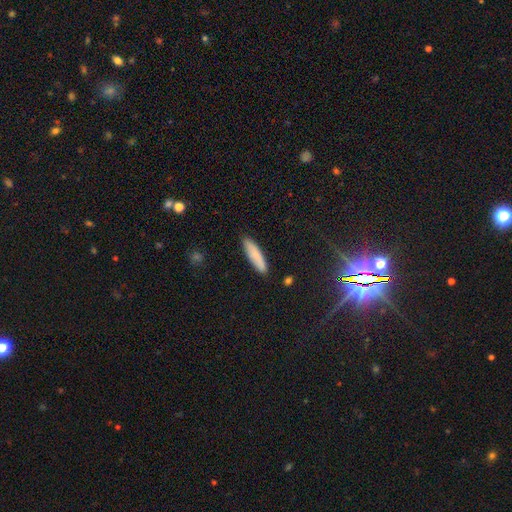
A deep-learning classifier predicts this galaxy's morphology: Overall: smooth (80%). How rounded: cigar-shaped (73%). Merging: none (88%).